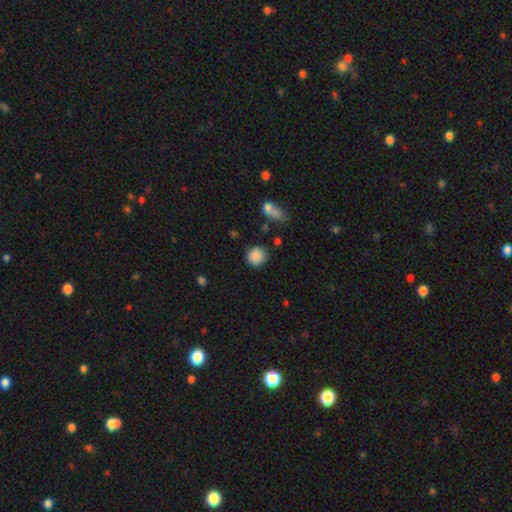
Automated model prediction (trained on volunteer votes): The model was most divided on "merging": none: 80%, minor disturbance: 13%, major disturbance: 4%, merger: 3%. More confident: how rounded — round (89%); smooth or featured — smooth (87%).